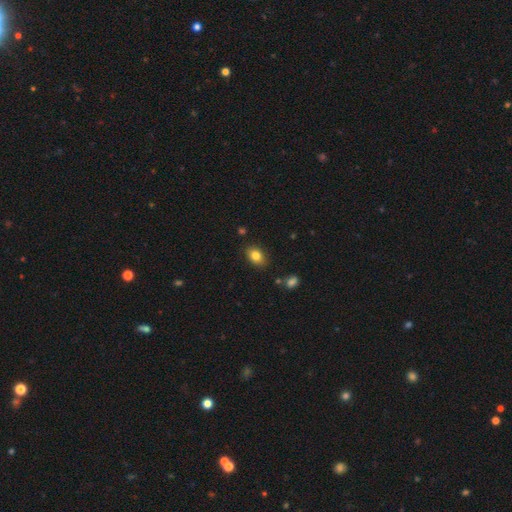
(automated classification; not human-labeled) Morphology: type=smooth (82%); roundness=in between (74%); merging=none (83%).